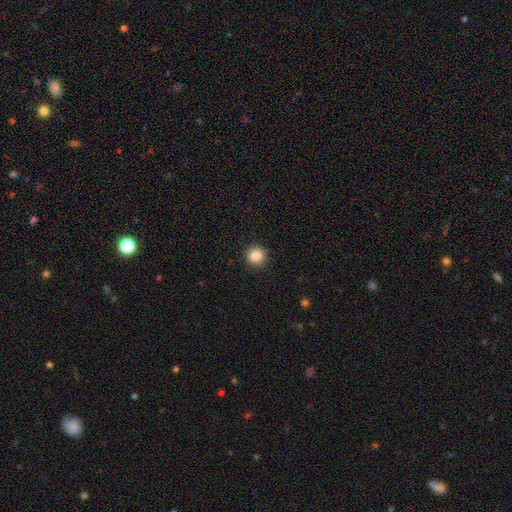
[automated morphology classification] Smooth or featured?
  - smooth: 87% *
  - star or artifact: 10%
  - featured or disk: 3%
How rounded?
  - round: 88% *
  - in between: 11%
  - cigar-shaped: 1%
Merging?
  - none: 90% *
  - minor disturbance: 7%
  - major disturbance: 2%
  - merger: 1%